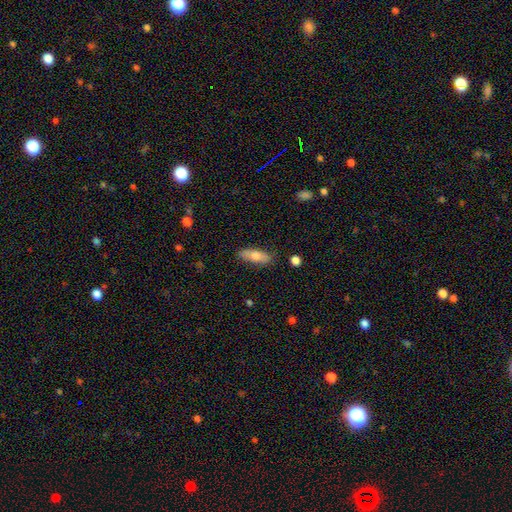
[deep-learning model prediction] Morphology: type=smooth (66%); roundness=in between (60%); merging=none (84%).